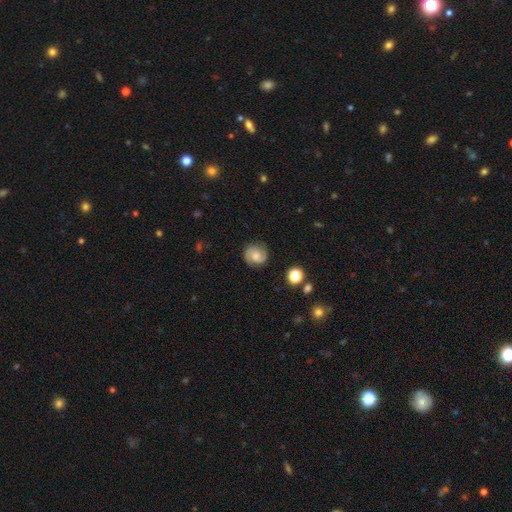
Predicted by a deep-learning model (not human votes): Smooth or featured: featured or disk — 64% (smooth — 28%)
Edge-on disk: no — 98% (yes — 2%)
Bar: no — 57% (weak — 36%)
Spiral arms: yes — 94% (no — 6%)
Spiral winding: medium — 44% (tight — 42%)
Spiral arm count: 2 — 88% (can't tell — 6%)
Bulge size: moderate — 50% (small — 29%)
Merging: none — 83% (minor disturbance — 12%)